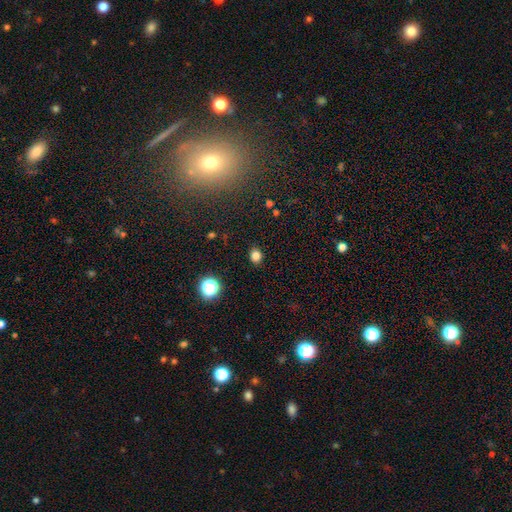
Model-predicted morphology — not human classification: This is clearly a smooth galaxy (80%). How rounded: likely round (63%). Merging: clearly none (89%).